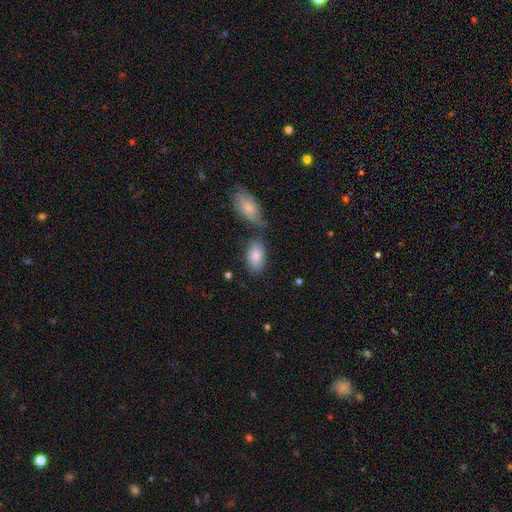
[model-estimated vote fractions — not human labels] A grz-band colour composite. It shows a smooth galaxy with no disk features (82%) that is in between round and cigar-shaped (93%). Merging: none (62%).